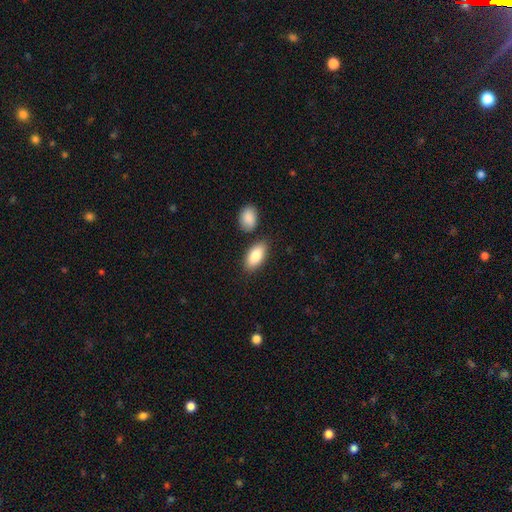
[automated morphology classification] Q: Smooth or featured?
A: smooth (84%); runner-up: featured or disk (10%)
Q: How rounded?
A: in between (91%); runner-up: cigar-shaped (5%)
Q: Merging?
A: none (79%); runner-up: minor disturbance (10%)